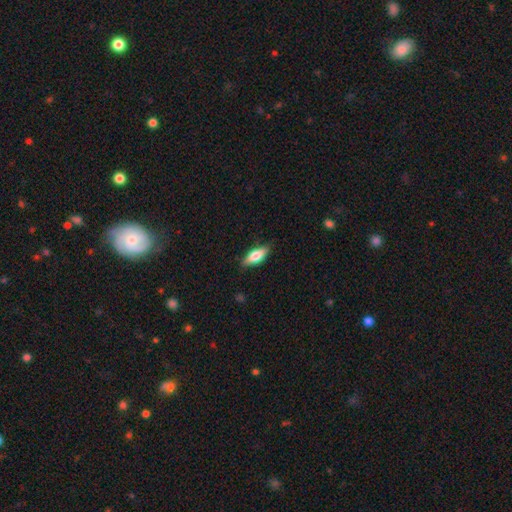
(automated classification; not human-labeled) Smooth or featured? smooth (60%)
How rounded? in between (64%)
Merging? none (84%)